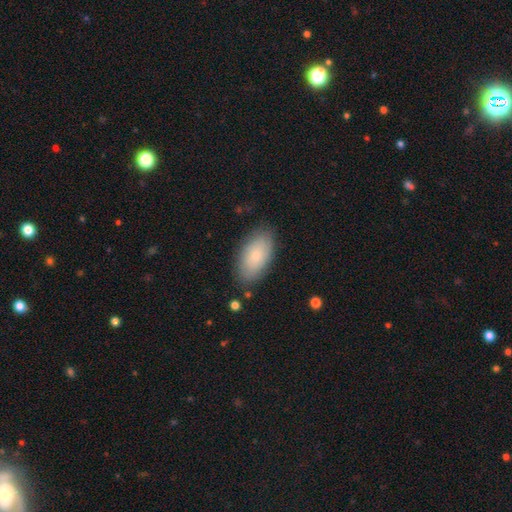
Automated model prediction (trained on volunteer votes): smooth_or_featured: smooth (p=0.77) [alt: featured or disk p=0.17]
how_rounded: in between (p=0.94) [alt: round p=0.03]
merging: none (p=0.82) [alt: minor disturbance p=0.13]